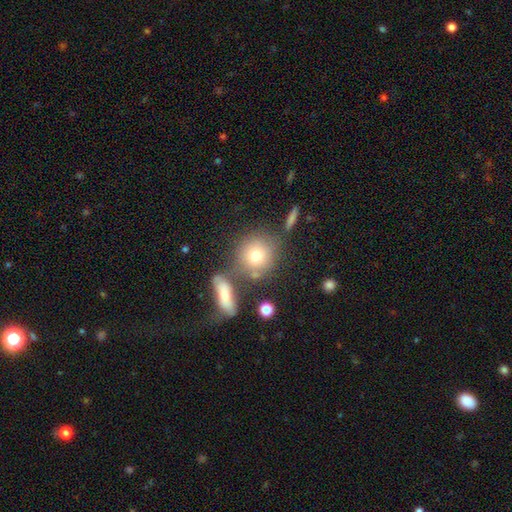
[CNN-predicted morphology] Smooth or featured? Predicted: smooth (p=0.74). How rounded? Predicted: round (p=0.86). Merging? Predicted: none (p=0.62).